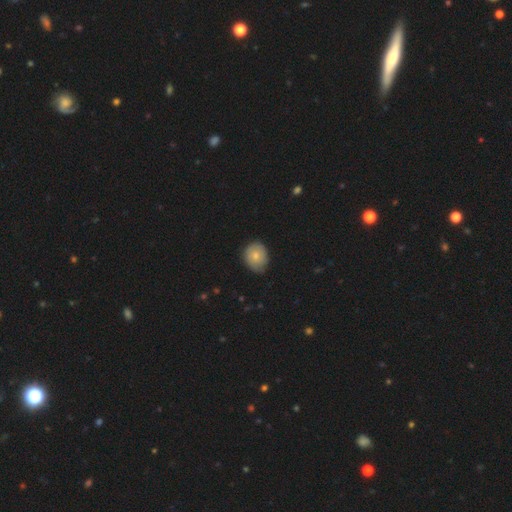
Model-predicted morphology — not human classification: Smooth or featured? Predicted: smooth (p=0.73). How rounded? Predicted: round (p=0.59). Merging? Predicted: none (p=0.68).